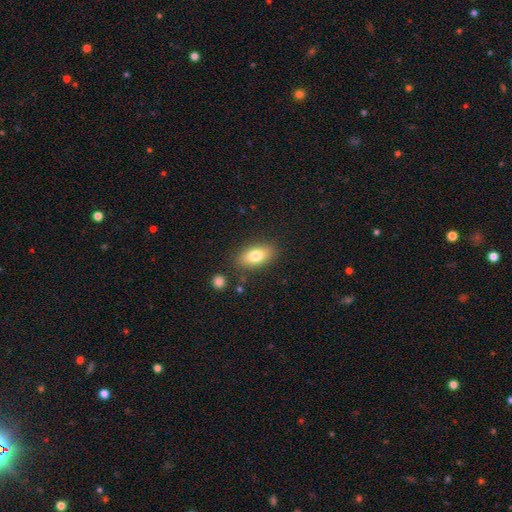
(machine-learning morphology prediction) Smooth or featured? smooth (78%)
How rounded? in between (87%)
Merging? none (83%)